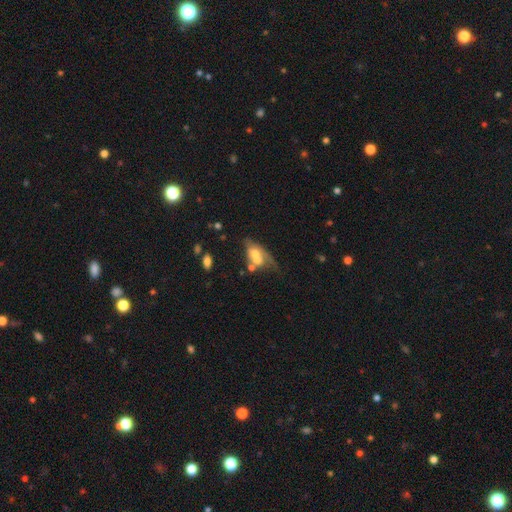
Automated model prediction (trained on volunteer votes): smooth-or-featured: smooth: 48% | featured or disk: 42% | star or artifact: 10%
  merging: merger: 48% | none: 20% | major disturbance: 18% | minor disturbance: 14%